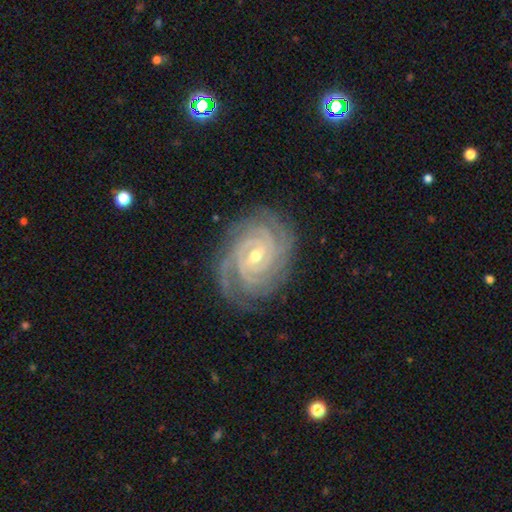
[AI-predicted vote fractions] smooth_or_featured: featured or disk (p=0.93) [alt: star or artifact p=0.04]
disk_edge_on: no (p=0.98) [alt: yes p=0.02]
bar: weak (p=0.48) [alt: no p=0.28]
has_spiral_arms: yes (p=0.99) [alt: no p=0.01]
spiral_winding: tight (p=0.85) [alt: medium p=0.14]
spiral_arm_count: 4 (p=0.28) [alt: 3 p=0.26]
bulge_size: small (p=0.50) [alt: moderate p=0.48]
merging: none (p=0.82) [alt: minor disturbance p=0.14]